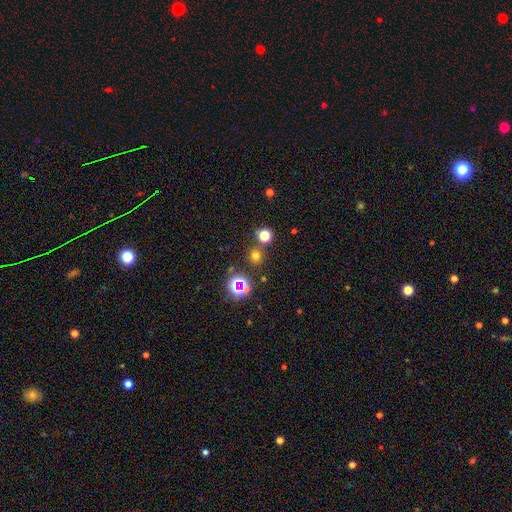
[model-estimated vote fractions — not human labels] A smooth galaxy with no disk features (63%) that is round (91%). Merging: none (81%).